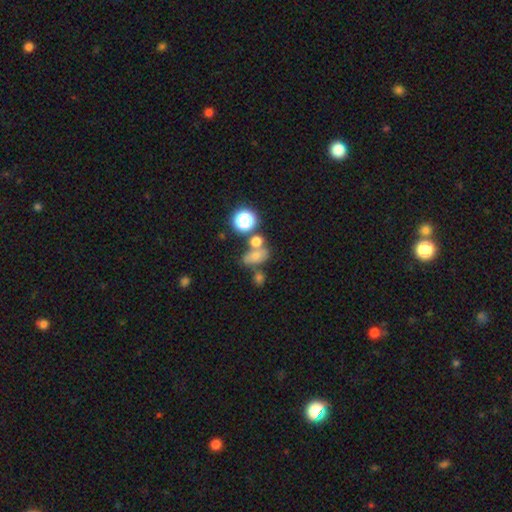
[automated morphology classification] Q: Smooth or featured?
A: smooth (62%); runner-up: star or artifact (20%)
Q: How rounded?
A: in between (65%); runner-up: round (32%)
Q: Merging?
A: none (44%); runner-up: merger (34%)